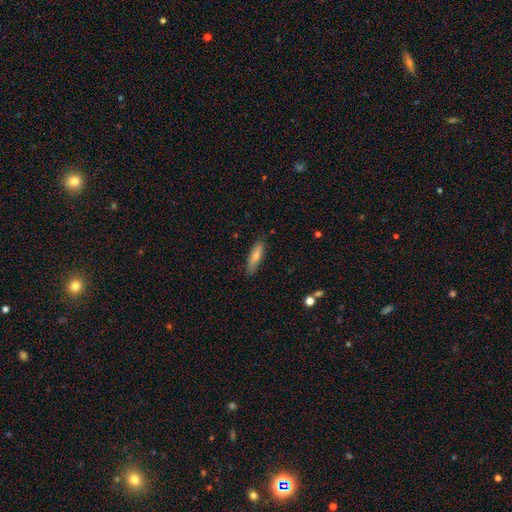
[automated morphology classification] Overall: smooth (78%). How rounded: cigar-shaped (58%; in between 40%). Merging: none (83%).